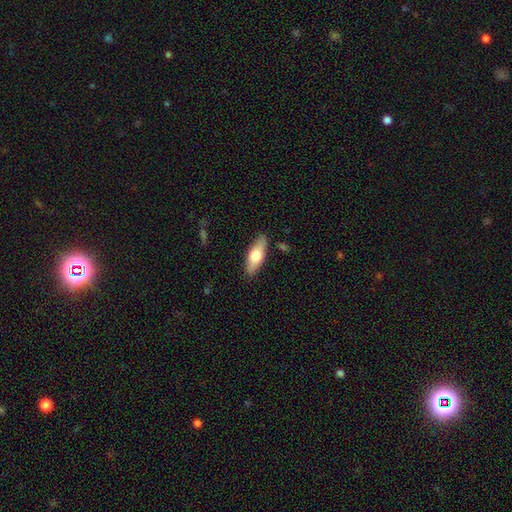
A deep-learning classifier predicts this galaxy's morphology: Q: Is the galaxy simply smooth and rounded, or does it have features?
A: smooth — 63%.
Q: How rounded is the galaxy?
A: in between — 67%.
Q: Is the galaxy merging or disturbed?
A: none — 86%.